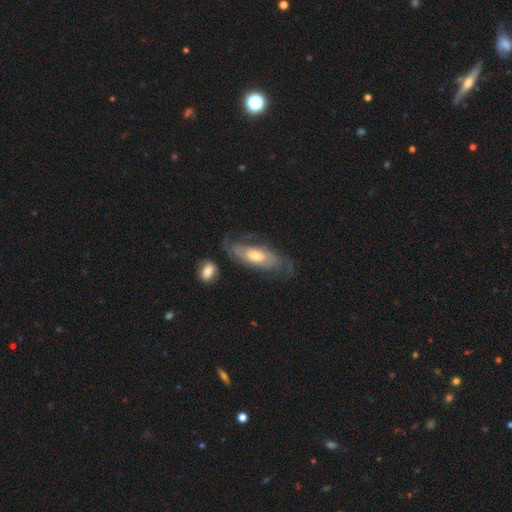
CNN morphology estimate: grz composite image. It shows a featured or disk galaxy (73%) with no bar (65%), 2 (49%) medium (41%) spiral arms (89%) and a moderate central bulge (63%). Merging: none (60%).